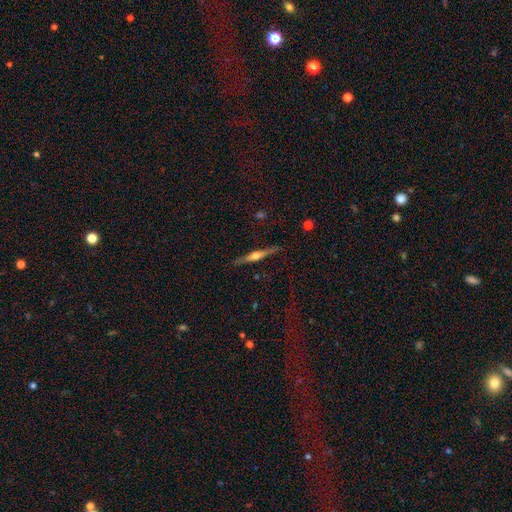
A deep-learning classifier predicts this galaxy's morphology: Smooth or featured? Predicted: featured or disk (p=0.75). Edge-on disk? Predicted: yes (p=0.98). Edge-on bulge? Predicted: rounded (p=0.92). Merging? Predicted: none (p=0.89).